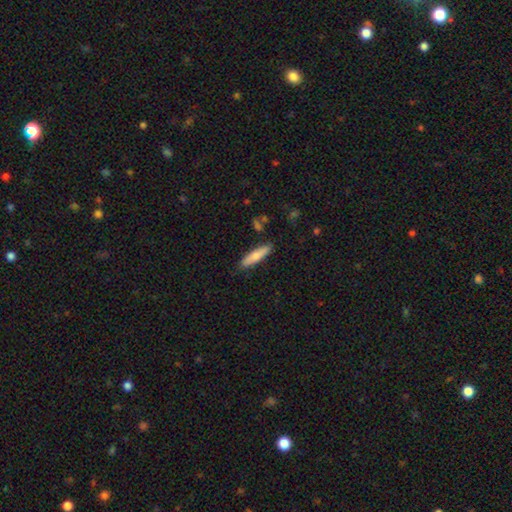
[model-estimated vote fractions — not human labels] This appears to be a smooth galaxy with no disk features (78%) that is cigar-shaped (74%). Merging: none (84%).